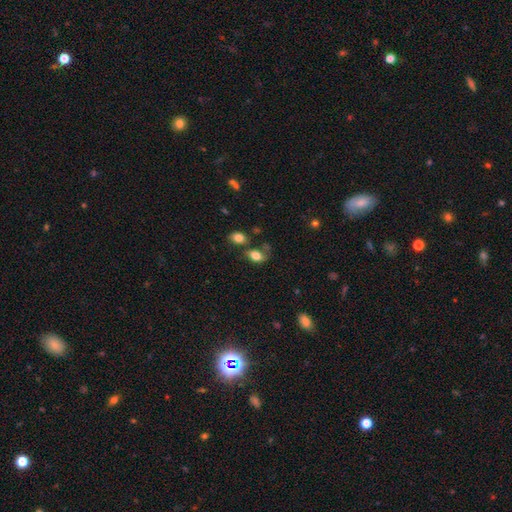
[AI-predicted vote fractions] This is likely a smooth galaxy (78%). How rounded: clearly in between (83%). Merging: marginally none (43%).